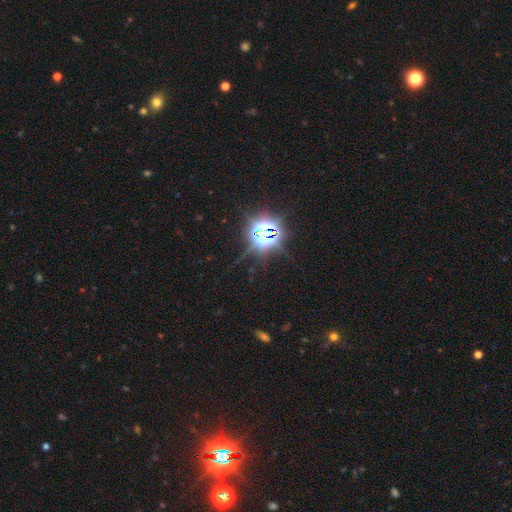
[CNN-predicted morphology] star or artifact 81%, smooth 13%, featured or disk 6%.